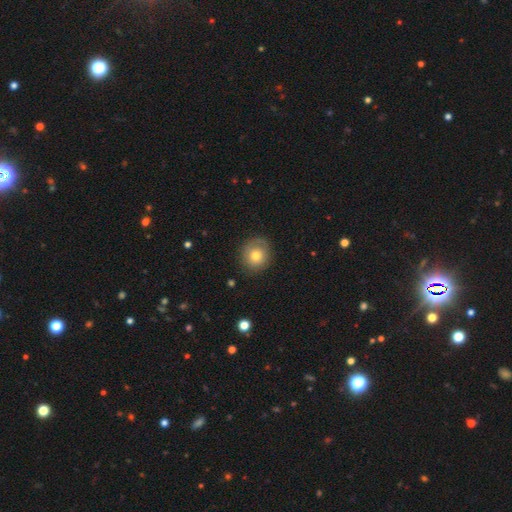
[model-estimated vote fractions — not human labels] The model was most divided on "smooth or featured": smooth: 67%, featured or disk: 23%, star or artifact: 9%. More confident: how rounded — round (84%); merging — none (79%).